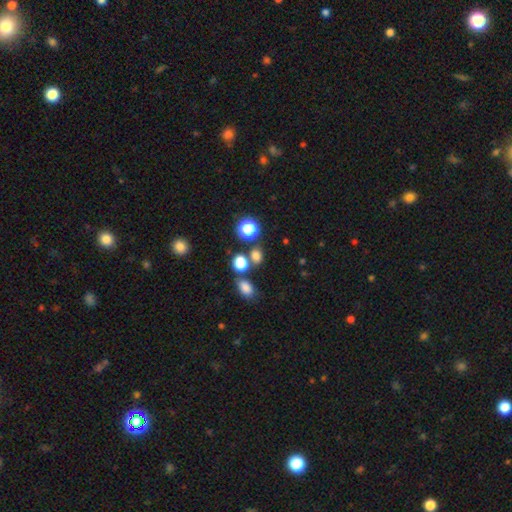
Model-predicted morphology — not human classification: smooth_or_featured: smooth (p=0.72) [alt: star or artifact p=0.21]
how_rounded: round (p=0.52) [alt: in between p=0.47]
merging: none (p=0.63) [alt: merger p=0.22]